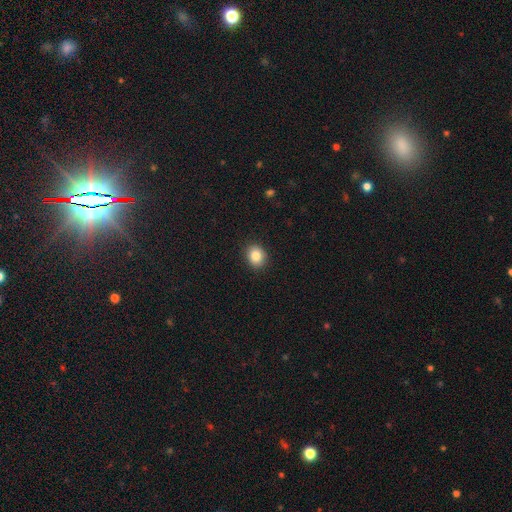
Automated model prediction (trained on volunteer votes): Smooth or featured: smooth — 85% (star or artifact — 9%)
How rounded: round — 60% (in between — 39%)
Merging: none — 90% (minor disturbance — 7%)